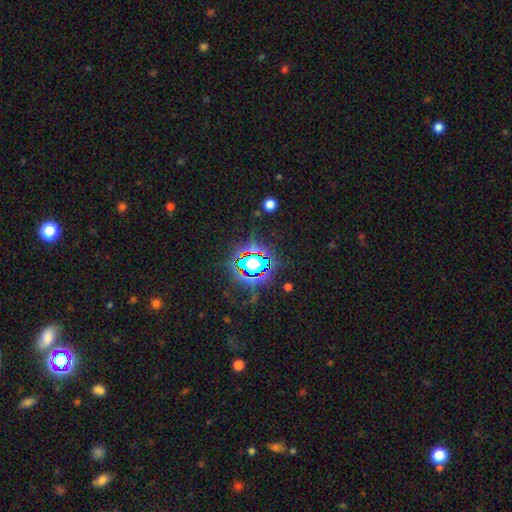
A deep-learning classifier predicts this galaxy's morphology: star or artifact 78%, smooth 13%, featured or disk 9%.